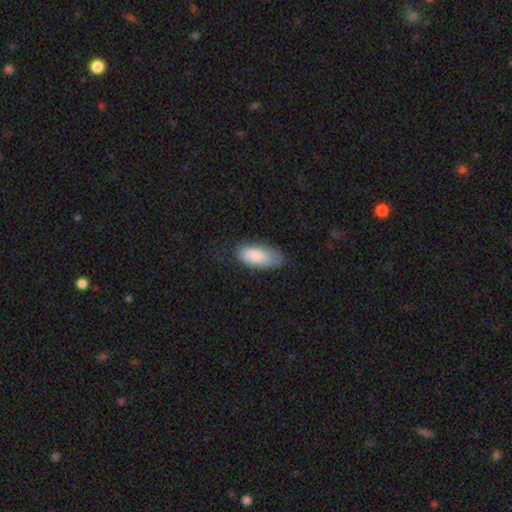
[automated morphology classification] Q: Smooth or featured?
A: smooth (83%); runner-up: featured or disk (11%)
Q: How rounded?
A: in between (89%); runner-up: cigar-shaped (9%)
Q: Merging?
A: none (56%); runner-up: minor disturbance (31%)